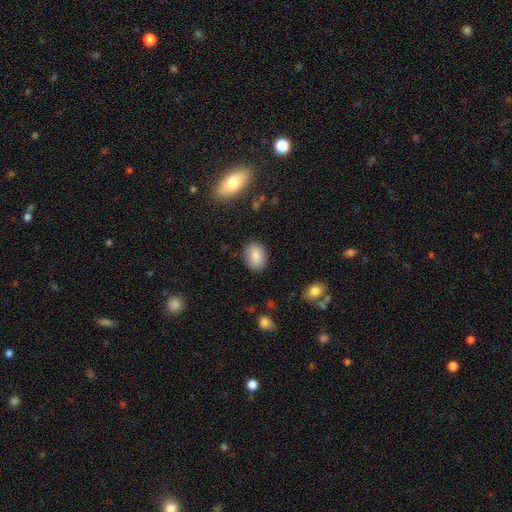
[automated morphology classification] smooth 84%, star or artifact 8%, featured or disk 8%. Down the decision tree: how rounded — in between (78%); merging — none (84%).